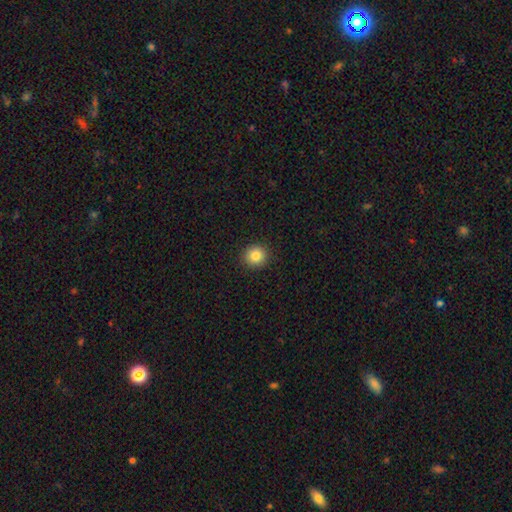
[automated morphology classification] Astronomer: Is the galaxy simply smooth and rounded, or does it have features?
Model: smooth — 84%.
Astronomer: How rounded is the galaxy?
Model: round — 92%.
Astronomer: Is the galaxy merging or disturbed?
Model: none — 92%.